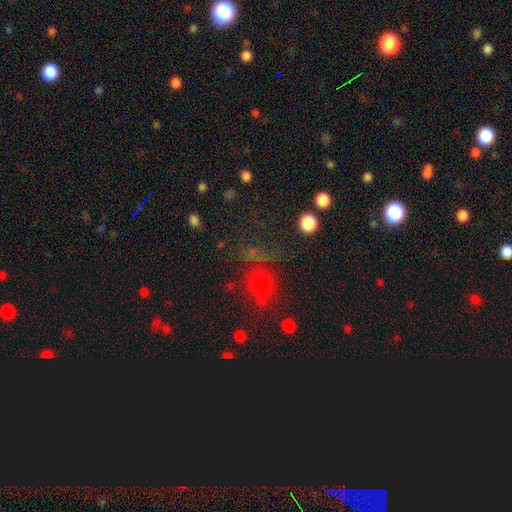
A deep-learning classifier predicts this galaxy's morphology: Q: Smooth or featured?
A: star or artifact (45%); runner-up: smooth (43%)